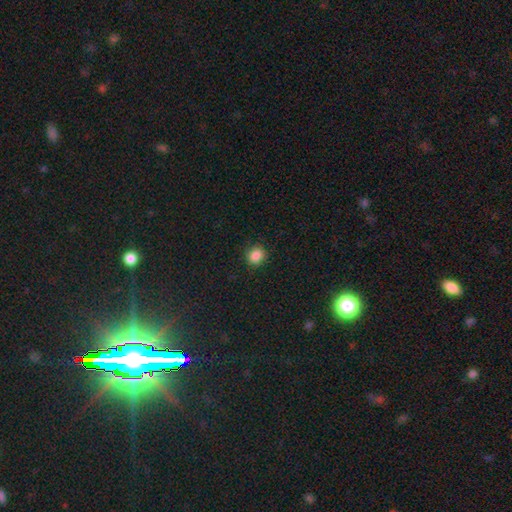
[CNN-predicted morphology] Q: Smooth or featured?
A: smooth (85%); runner-up: star or artifact (11%)
Q: How rounded?
A: round (82%); runner-up: in between (17%)
Q: Merging?
A: none (88%); runner-up: minor disturbance (9%)